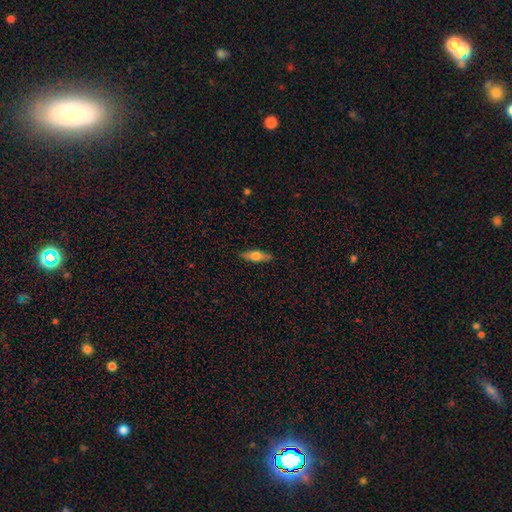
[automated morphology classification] type=smooth (63%); roundness=in between (54%); merging=none (86%).